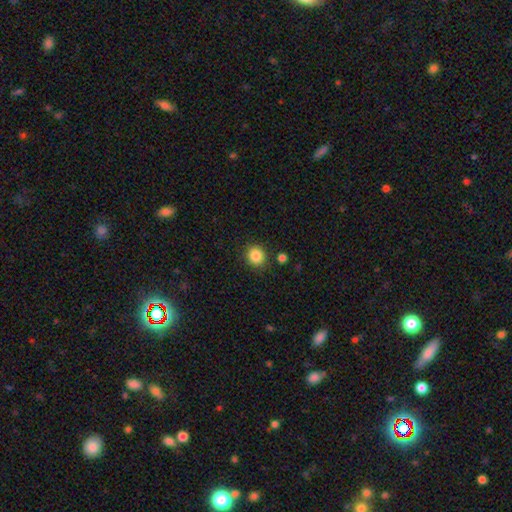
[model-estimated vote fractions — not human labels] smooth_or_featured: smooth (p=0.86) [alt: star or artifact p=0.10]
how_rounded: round (p=0.84) [alt: in between p=0.15]
merging: none (p=0.87) [alt: minor disturbance p=0.08]